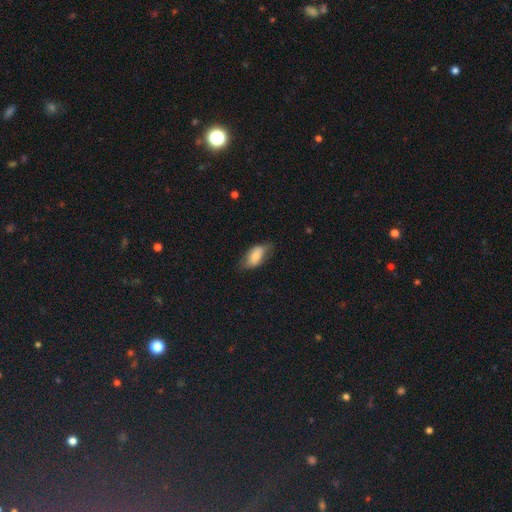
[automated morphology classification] smooth-or-featured: smooth: 70% | featured or disk: 23% | star or artifact: 7%
  how-rounded: in between: 89% | cigar-shaped: 7% | round: 4%
  merging: none: 61% | minor disturbance: 28% | major disturbance: 9% | merger: 1%